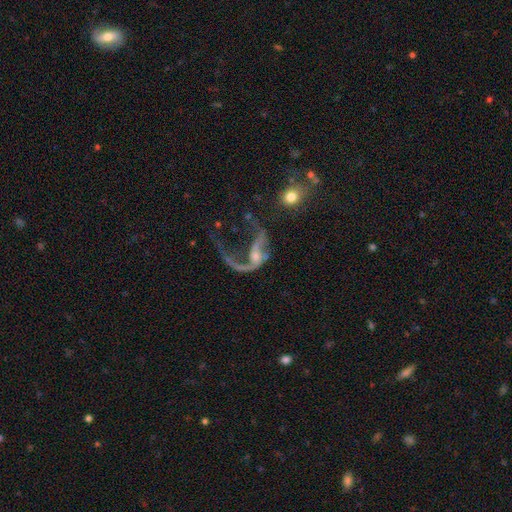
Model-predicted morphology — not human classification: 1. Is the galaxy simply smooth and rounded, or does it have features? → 77% featured or disk, 13% smooth, 10% star or artifact.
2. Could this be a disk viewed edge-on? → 95% no, 5% yes.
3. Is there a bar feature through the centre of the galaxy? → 61% no, 26% weak, 13% strong.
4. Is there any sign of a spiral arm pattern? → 74% yes, 26% no.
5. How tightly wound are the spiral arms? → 84% loose, 12% medium, 3% tight.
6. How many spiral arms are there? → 48% 1, 42% 2, 5% can't tell, 2% 3, 1% 4, 1% more than 4.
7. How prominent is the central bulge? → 51% small, 30% moderate, 14% none, 4% large, 2% dominant.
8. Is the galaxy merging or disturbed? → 55% major disturbance, 21% none, 13% merger, 10% minor disturbance.